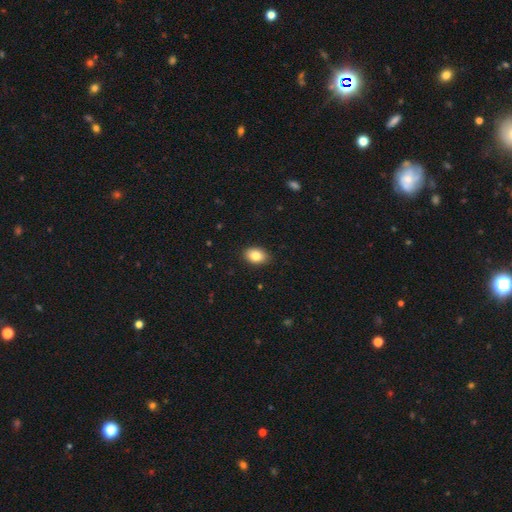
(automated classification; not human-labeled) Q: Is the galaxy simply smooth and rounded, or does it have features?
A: smooth — 84%.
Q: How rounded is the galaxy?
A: in between — 86%.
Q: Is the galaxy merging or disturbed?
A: none — 89%.